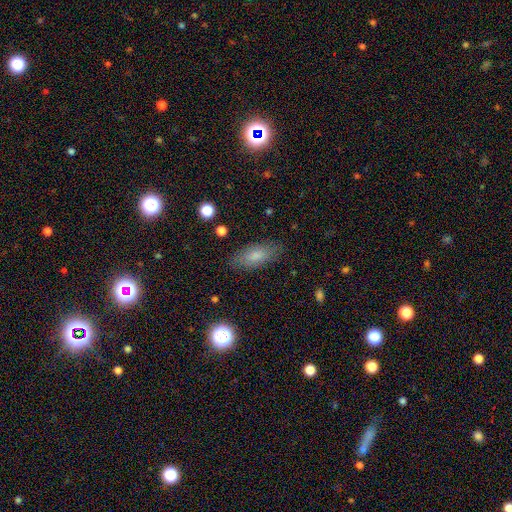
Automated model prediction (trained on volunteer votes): Smooth or featured?
  - smooth: 76% *
  - featured or disk: 16%
  - star or artifact: 9%
How rounded?
  - in between: 80% *
  - cigar-shaped: 17%
  - round: 3%
Merging?
  - none: 83% *
  - minor disturbance: 13%
  - major disturbance: 4%
  - merger: 1%